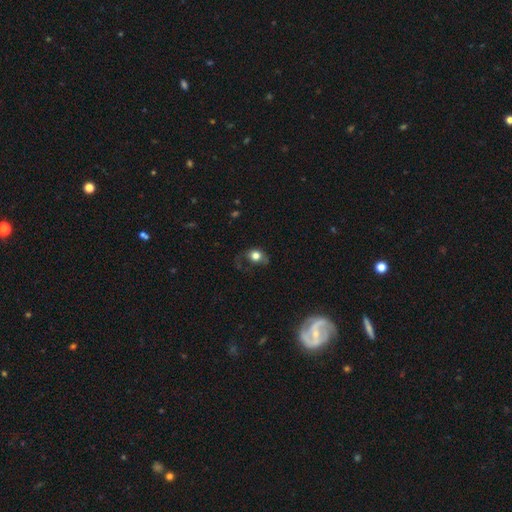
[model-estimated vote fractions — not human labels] This appears to be a smooth galaxy with no disk features (72%) that is round (55%). Merging: none (40%).